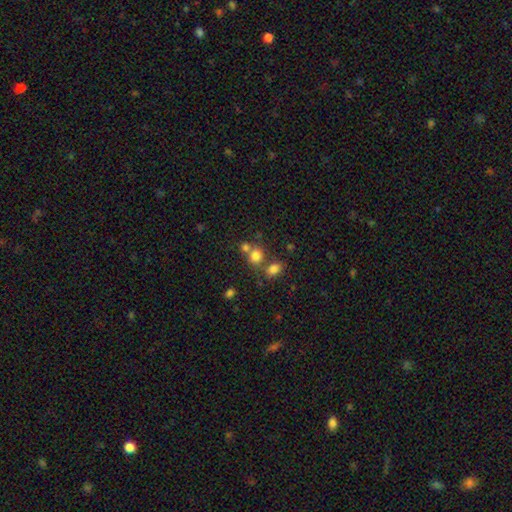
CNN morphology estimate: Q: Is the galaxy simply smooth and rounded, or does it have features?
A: smooth — 76%.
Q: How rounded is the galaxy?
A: round — 73%.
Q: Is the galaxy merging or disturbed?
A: none — 50%.